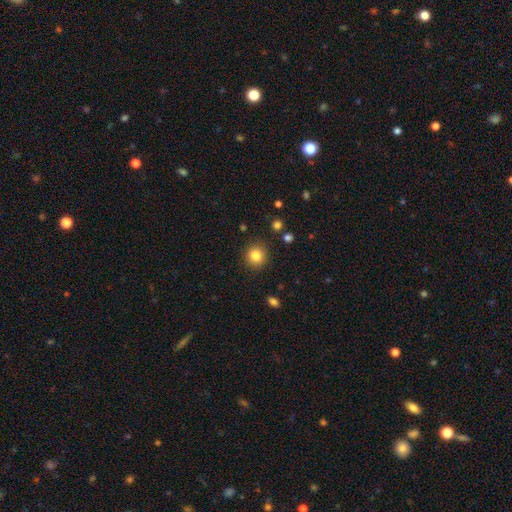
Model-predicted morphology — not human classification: Q: Smooth or featured?
A: smooth (83%); runner-up: star or artifact (11%)
Q: How rounded?
A: round (88%); runner-up: in between (12%)
Q: Merging?
A: none (89%); runner-up: minor disturbance (7%)